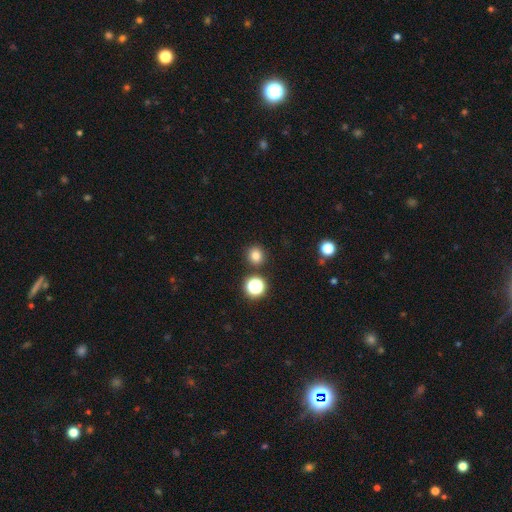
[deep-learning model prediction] Smooth or featured? smooth (79%)
How rounded? round (88%)
Merging? none (87%)